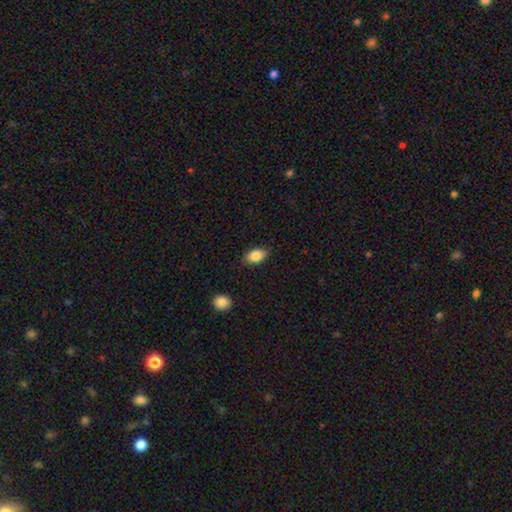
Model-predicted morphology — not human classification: This is clearly a smooth galaxy (85%). How rounded: clearly in between (87%). Merging: clearly none (83%).